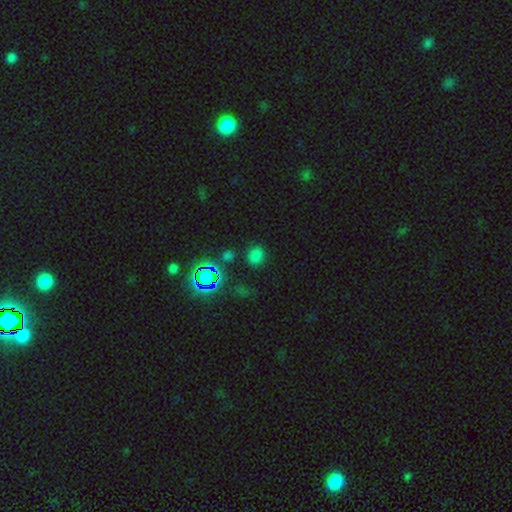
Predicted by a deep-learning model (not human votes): smooth 69%, star or artifact 26%, featured or disk 5%. Down the decision tree: how rounded — round (74%); merging — none (84%).